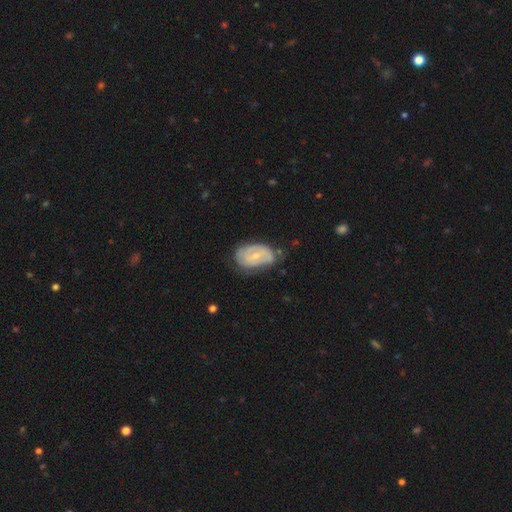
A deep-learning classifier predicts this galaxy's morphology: A featured or disk galaxy (62%) with no bar (54%), spiral arms (69%) and a small central bulge (59%). Merging: none (56%).